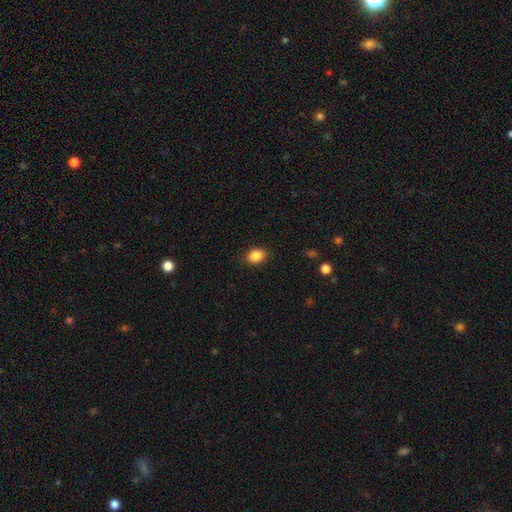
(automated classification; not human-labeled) smooth-or-featured: smooth: 87% | star or artifact: 9% | featured or disk: 4%
  how-rounded: in between: 67% | round: 32% | cigar-shaped: 1%
  merging: none: 88% | minor disturbance: 9% | major disturbance: 2% | merger: 1%